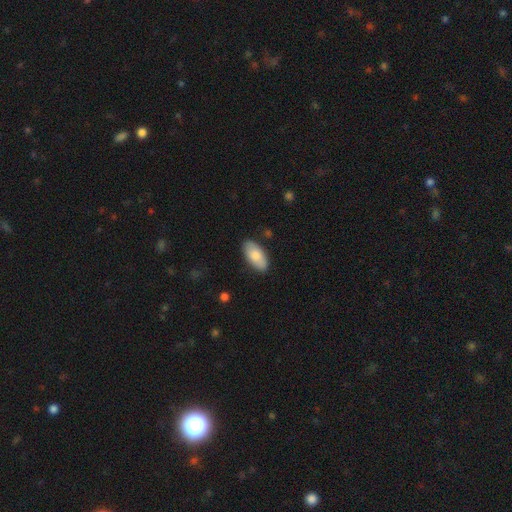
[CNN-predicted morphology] This is clearly a smooth galaxy (83%). How rounded: clearly in between (93%). Merging: clearly none (86%).